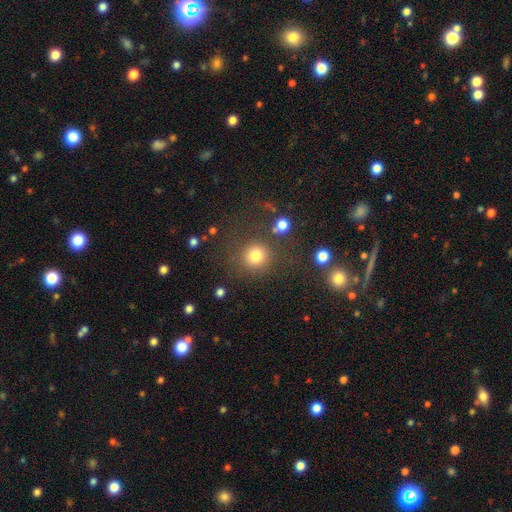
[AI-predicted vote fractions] Smooth or featured? smooth (81%)
How rounded? round (91%)
Merging? none (75%)